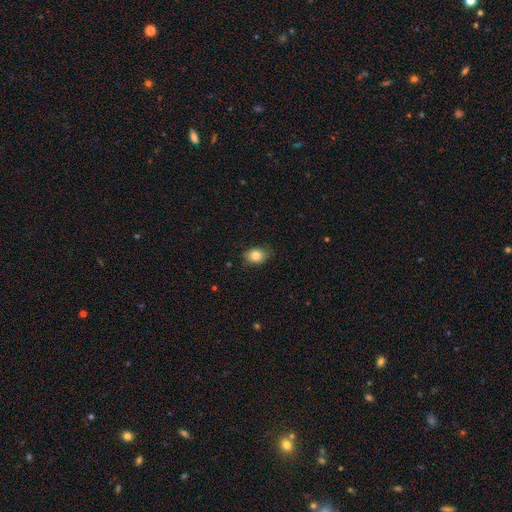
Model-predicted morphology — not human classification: A smooth galaxy with no disk features (83%) that is in between round and cigar-shaped (66%). Merging: none (82%).